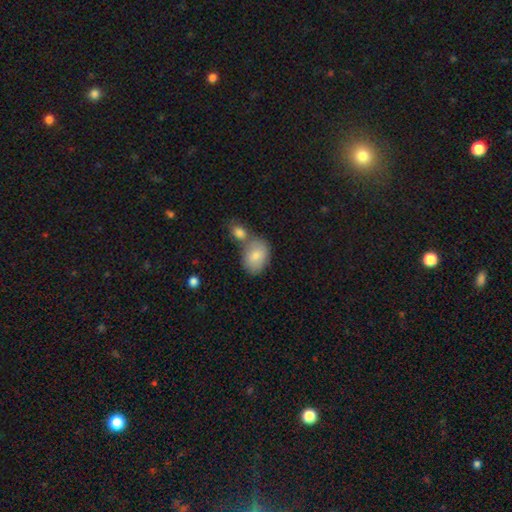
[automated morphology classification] A smooth galaxy with no disk features (80%) that is in between round and cigar-shaped (75%).

Vote fractions:
- Smooth or featured? smooth: 80% / featured or disk: 13% / star or artifact: 7%
- How rounded? in between: 75% / round: 24% / cigar-shaped: 1%
- Merging? none: 44% / merger: 40% / minor disturbance: 12% / major disturbance: 4%